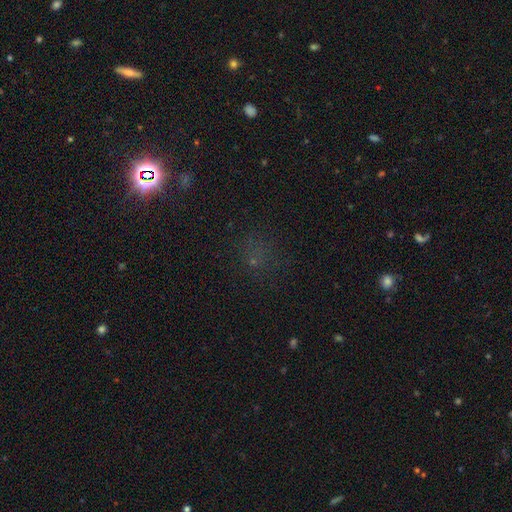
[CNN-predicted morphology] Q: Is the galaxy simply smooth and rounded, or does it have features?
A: star or artifact — 53%.